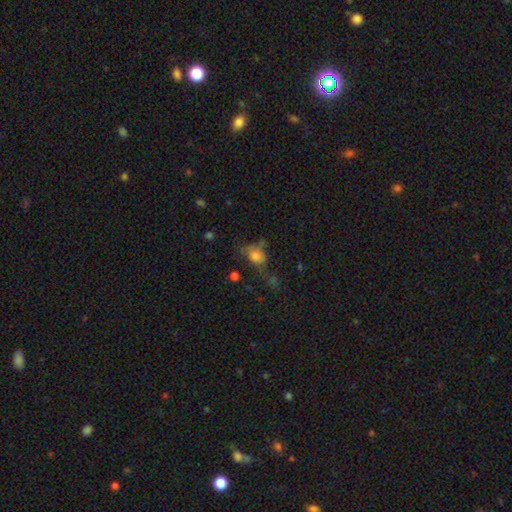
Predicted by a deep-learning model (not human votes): Smooth or featured: smooth — 71% (featured or disk — 15%)
How rounded: in between — 59% (round — 39%)
Merging: none — 42% (minor disturbance — 26%)